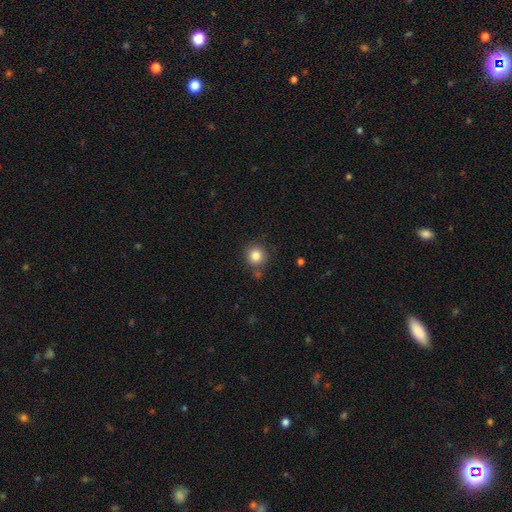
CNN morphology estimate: smooth-or-featured: smooth: 84% | star or artifact: 11% | featured or disk: 5%
  how-rounded: round: 92% | in between: 7% | cigar-shaped: 1%
  merging: none: 79% | minor disturbance: 11% | merger: 7% | major disturbance: 3%